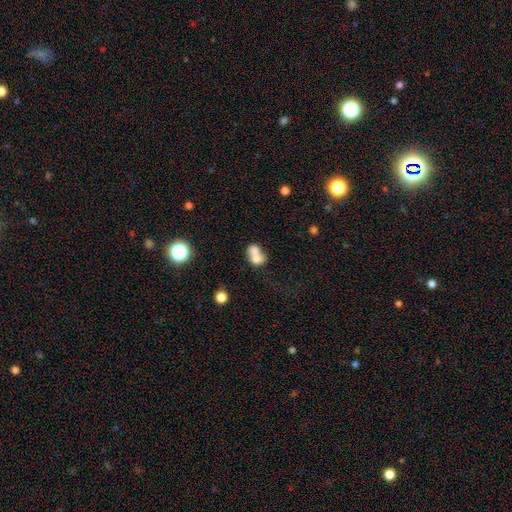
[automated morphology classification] Overall: smooth (68%). How rounded: round (50%; in between 49%). Merging: merger (72%).